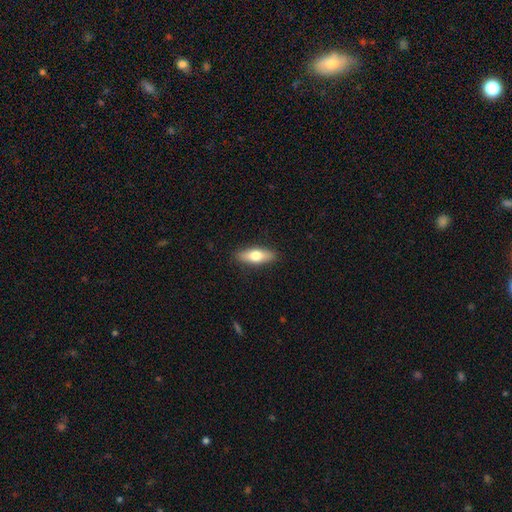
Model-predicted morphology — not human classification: A smooth galaxy with no disk features (67%) that is in between round and cigar-shaped (59%).

Vote fractions:
- Smooth or featured? smooth: 67% / featured or disk: 27% / star or artifact: 6%
- How rounded? in between: 59% / cigar-shaped: 38% / round: 3%
- Merging? none: 89% / minor disturbance: 8% / major disturbance: 2% / merger: 1%